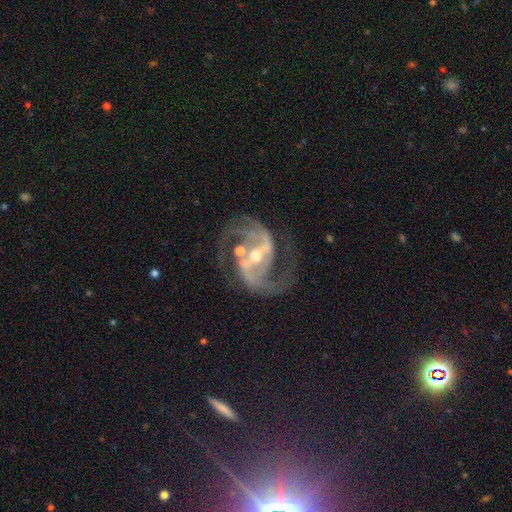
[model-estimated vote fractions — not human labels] Smooth or featured?
  - featured or disk: 92% *
  - star or artifact: 6%
  - smooth: 3%
Edge-on disk?
  - no: 98% *
  - yes: 2%
Bar?
  - strong: 53% *
  - weak: 34%
  - no: 13%
Spiral arms?
  - yes: 98% *
  - no: 2%
Spiral winding?
  - medium: 61% *
  - loose: 24%
  - tight: 15%
Spiral arm count?
  - 2: 90% *
  - 3: 4%
  - can't tell: 2%
  - 1: 2%
  - 4: 1%
  - more than 4: 1%
Bulge size?
  - moderate: 51% *
  - small: 44%
  - large: 3%
  - none: 2%
  - dominant: 1%
Merging?
  - none: 65% *
  - minor disturbance: 15%
  - major disturbance: 11%
  - merger: 9%